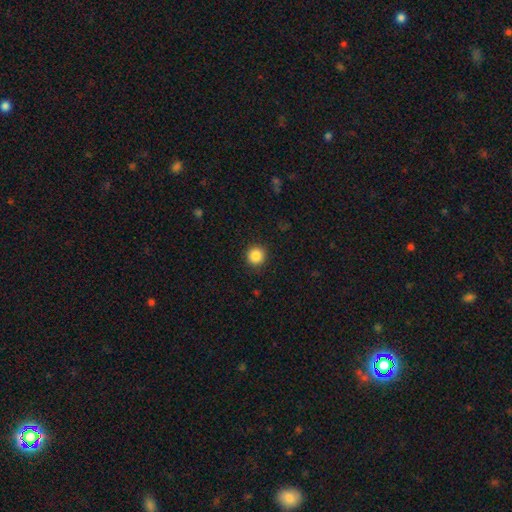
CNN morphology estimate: Smooth or featured? smooth (87%)
How rounded? round (94%)
Merging? none (92%)